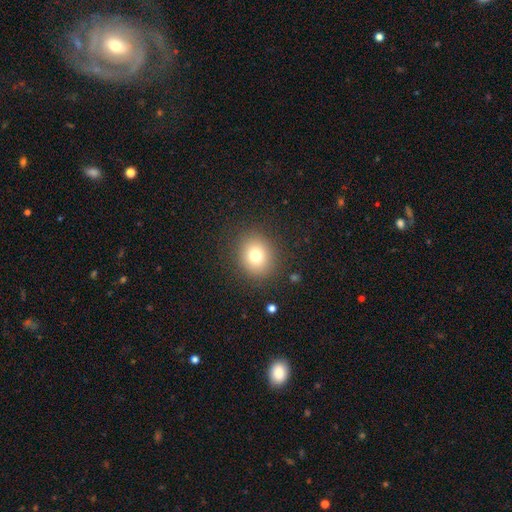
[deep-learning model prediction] Overall: smooth (76%). How rounded: round (76%). Merging: none (87%).